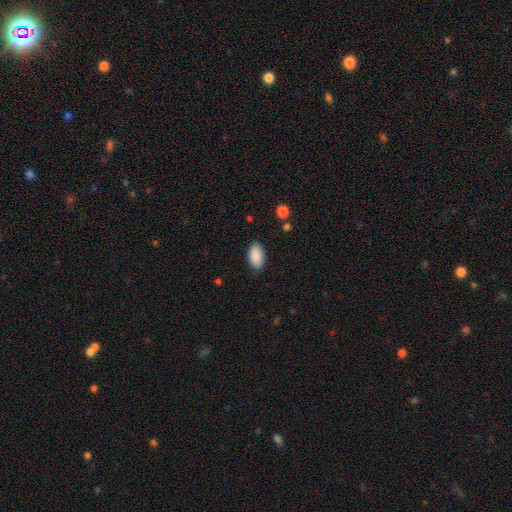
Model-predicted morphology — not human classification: smooth-or-featured: smooth: 90% | star or artifact: 7% | featured or disk: 3%
  how-rounded: in between: 94% | round: 3% | cigar-shaped: 3%
  merging: none: 87% | minor disturbance: 10% | major disturbance: 2% | merger: 1%